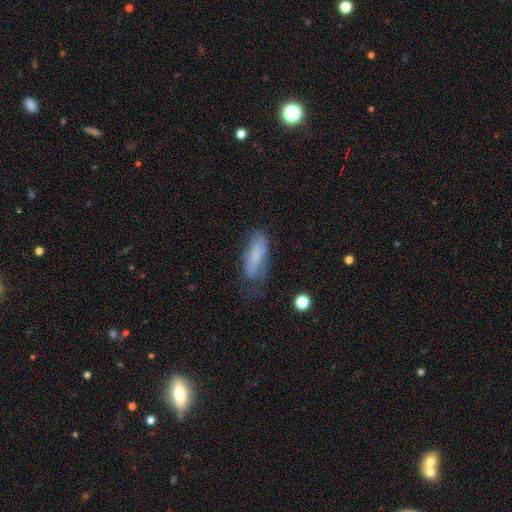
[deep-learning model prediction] smooth-or-featured: smooth: 69% | featured or disk: 22% | star or artifact: 9%
  how-rounded: in between: 58% | cigar-shaped: 40% | round: 2%
  merging: none: 44% | minor disturbance: 32% | major disturbance: 21% | merger: 3%